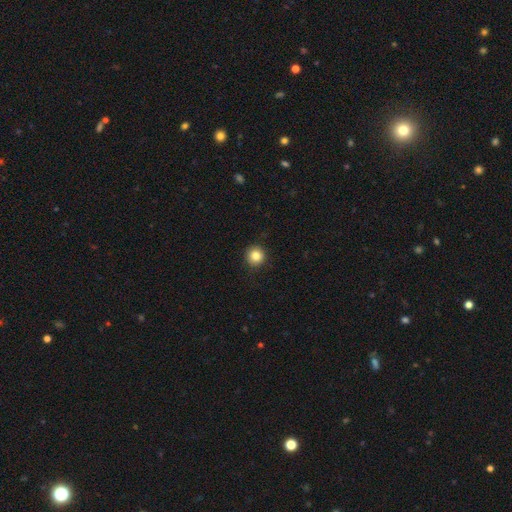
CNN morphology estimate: A smooth galaxy with no disk features (84%) that is round (94%). Merging: none (91%).